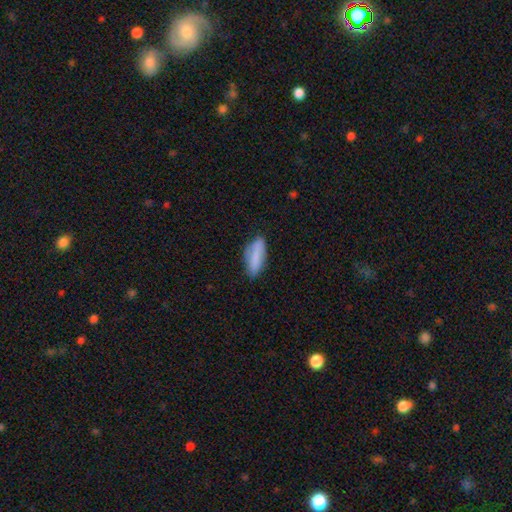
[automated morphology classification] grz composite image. It shows a smooth galaxy with no disk features (78%) that is in between round and cigar-shaped (67%). Merging: none (70%).